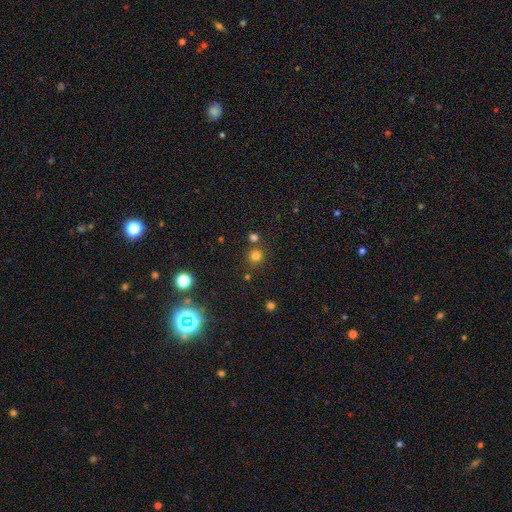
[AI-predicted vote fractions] Overall: smooth (76%). How rounded: round (90%). Merging: none (78%).